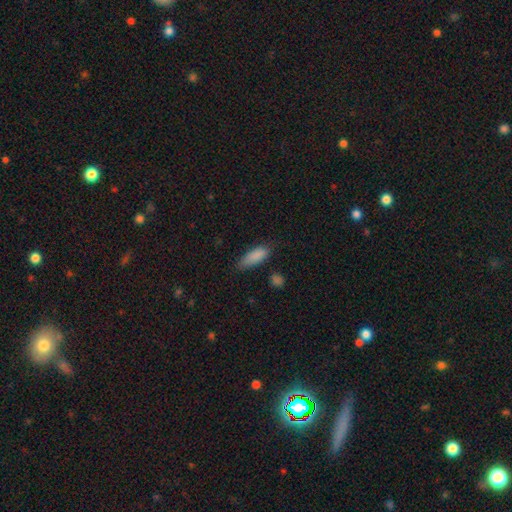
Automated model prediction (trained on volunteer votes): Smooth or featured?
  - smooth: 86% *
  - star or artifact: 8%
  - featured or disk: 6%
How rounded?
  - in between: 68% *
  - cigar-shaped: 30%
  - round: 2%
Merging?
  - none: 70% *
  - minor disturbance: 23%
  - major disturbance: 5%
  - merger: 3%